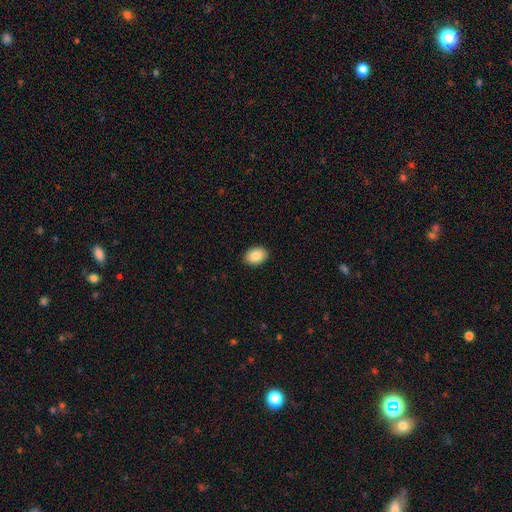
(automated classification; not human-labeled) Smooth or featured?
  - smooth: 87% *
  - star or artifact: 7%
  - featured or disk: 6%
How rounded?
  - in between: 76% *
  - round: 23%
  - cigar-shaped: 1%
Merging?
  - none: 90% *
  - minor disturbance: 7%
  - major disturbance: 2%
  - merger: 1%